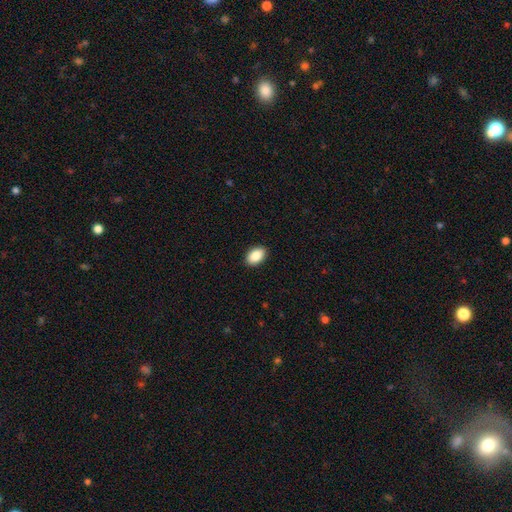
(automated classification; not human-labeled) smooth-or-featured: smooth: 87% | star or artifact: 7% | featured or disk: 6%
  how-rounded: in between: 89% | round: 10% | cigar-shaped: 1%
  merging: none: 91% | minor disturbance: 7% | major disturbance: 2% | merger: 1%